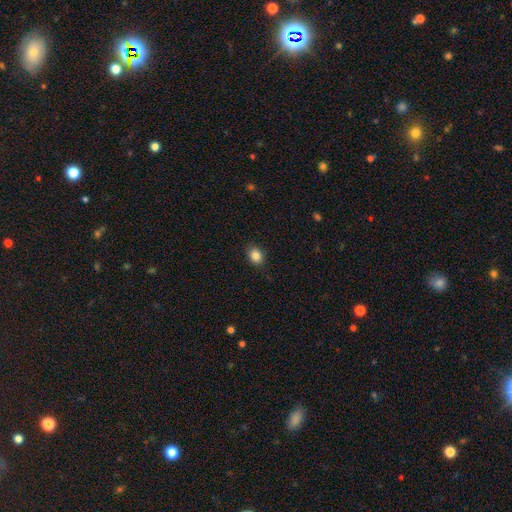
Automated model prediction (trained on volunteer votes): Smooth or featured? Predicted: smooth (p=0.85). How rounded? Predicted: in between (p=0.58). Merging? Predicted: none (p=0.87).